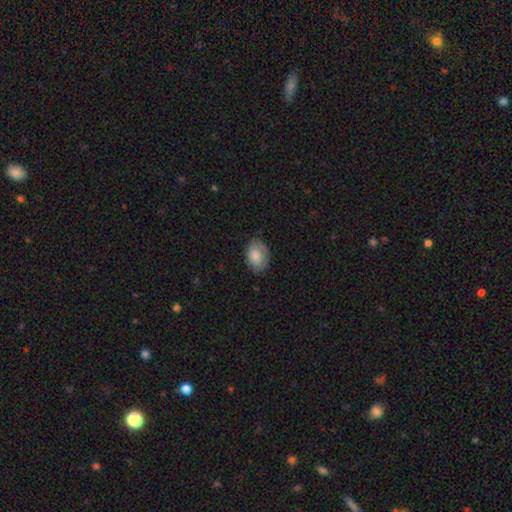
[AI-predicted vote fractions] smooth-or-featured: smooth: 83% | featured or disk: 11% | star or artifact: 7%
  how-rounded: in between: 81% | round: 18% | cigar-shaped: 1%
  merging: none: 78% | minor disturbance: 17% | major disturbance: 4% | merger: 1%